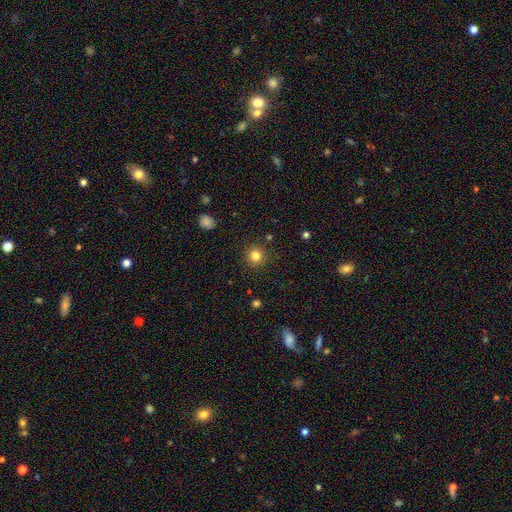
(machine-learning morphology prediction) Overall: smooth (83%). How rounded: round (93%). Merging: none (90%).